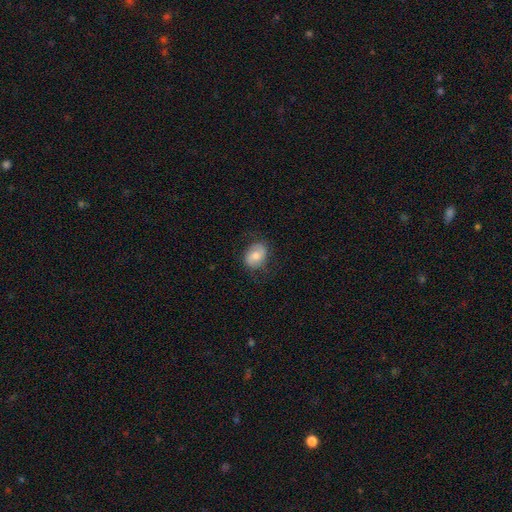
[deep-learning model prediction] Q: Smooth or featured?
A: smooth (65%); runner-up: featured or disk (27%)
Q: How rounded?
A: in between (65%); runner-up: round (34%)
Q: Merging?
A: none (73%); runner-up: minor disturbance (19%)